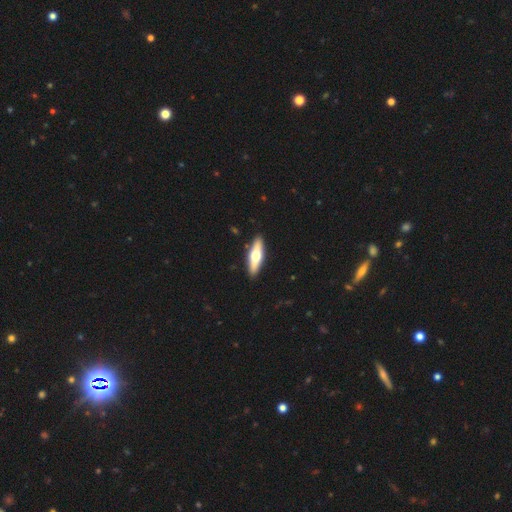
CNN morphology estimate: smooth_or_featured: featured or disk (p=0.50) [alt: smooth p=0.45]
disk_edge_on: yes (p=0.89) [alt: no p=0.11]
merging: none (p=0.90) [alt: minor disturbance p=0.07]